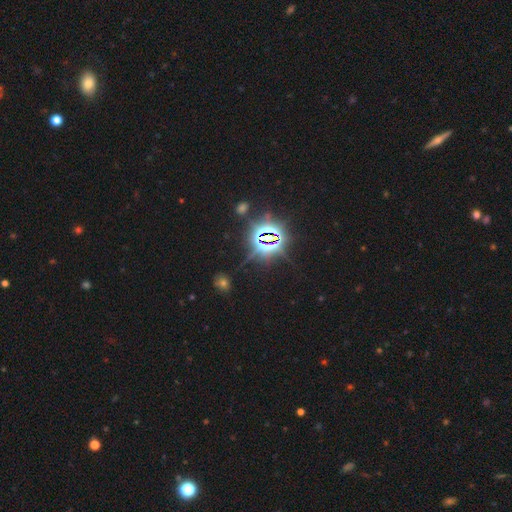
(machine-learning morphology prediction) Smooth or featured?
  - star or artifact: 83% *
  - smooth: 11%
  - featured or disk: 7%